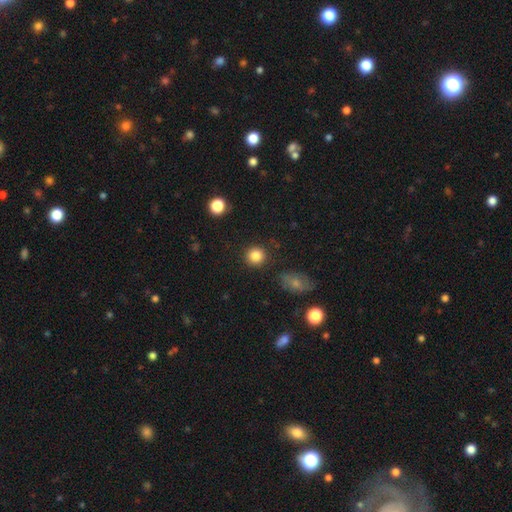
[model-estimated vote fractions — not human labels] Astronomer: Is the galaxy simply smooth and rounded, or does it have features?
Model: smooth — 85%.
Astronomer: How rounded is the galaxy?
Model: round — 92%.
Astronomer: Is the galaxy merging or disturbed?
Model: none — 89%.